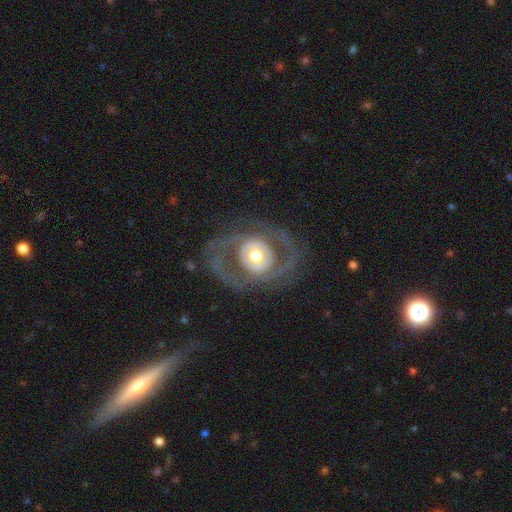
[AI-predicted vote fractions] A featured or disk galaxy (79%) with no bar (71%), spiral arms (66%) and a moderate central bulge (64%). Merging: none (69%).